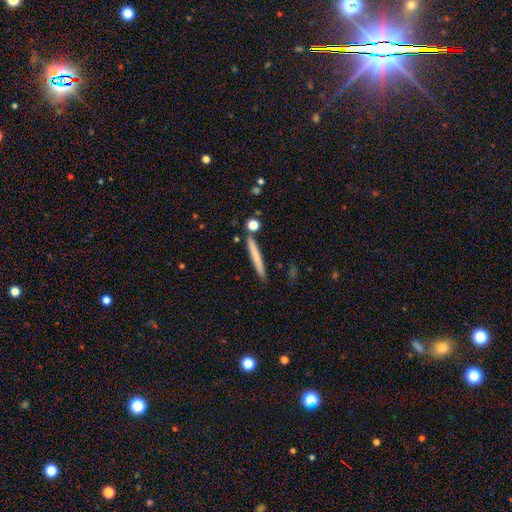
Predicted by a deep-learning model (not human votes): smooth 67%, featured or disk 27%, star or artifact 6%. Down the decision tree: how rounded — cigar-shaped (96%); merging — none (87%).